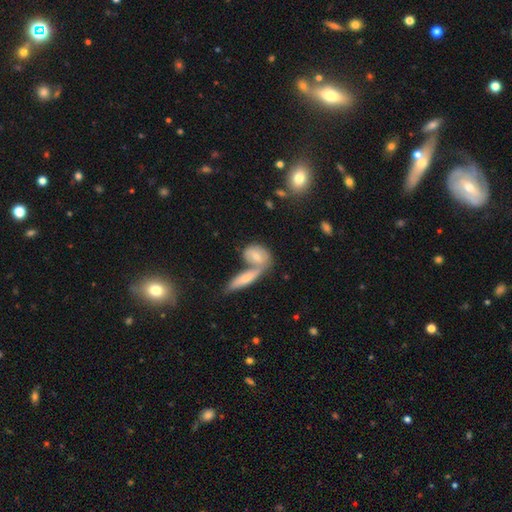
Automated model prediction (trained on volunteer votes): Smooth or featured?
  - smooth: 61% *
  - featured or disk: 32%
  - star or artifact: 7%
How rounded?
  - in between: 65% *
  - round: 20%
  - cigar-shaped: 14%
Merging?
  - merger: 50% *
  - none: 36%
  - minor disturbance: 10%
  - major disturbance: 4%